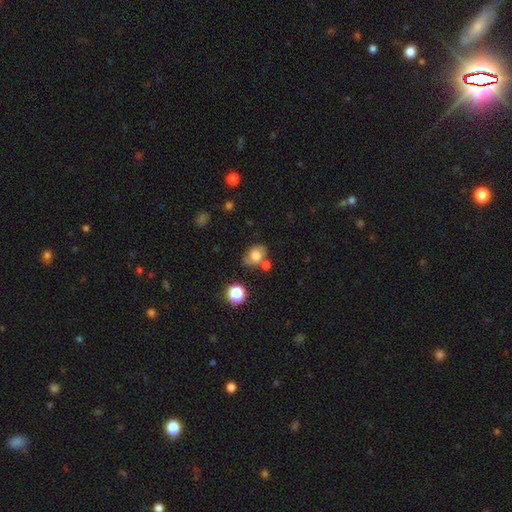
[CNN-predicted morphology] Q: Smooth or featured?
A: smooth (64%); runner-up: featured or disk (24%)
Q: How rounded?
A: in between (64%); runner-up: round (35%)
Q: Merging?
A: none (58%); runner-up: minor disturbance (20%)